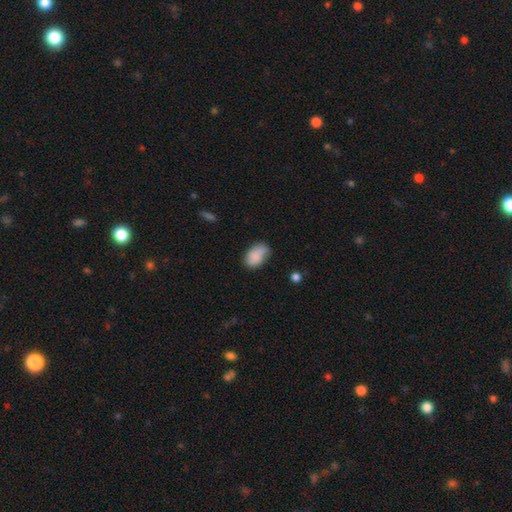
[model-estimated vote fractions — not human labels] smooth 77%, featured or disk 15%, star or artifact 8%. Down the decision tree: how rounded — in between (88%); merging — none (54%).